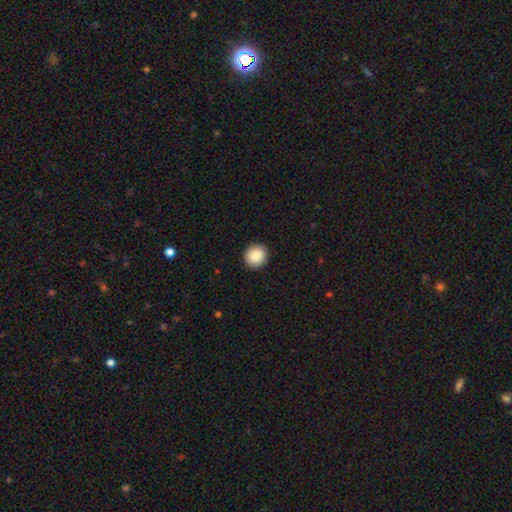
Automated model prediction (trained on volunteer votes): Smooth or featured? Predicted: smooth (p=0.89). How rounded? Predicted: round (p=0.81). Merging? Predicted: none (p=0.91).